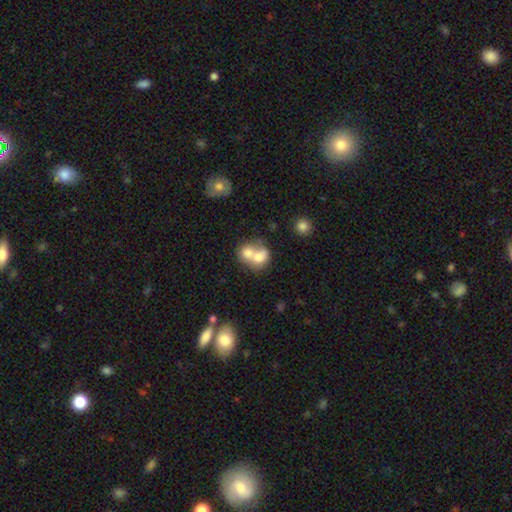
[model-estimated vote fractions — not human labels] Smooth or featured? Predicted: smooth (p=0.69). How rounded? Predicted: round (p=0.55). Merging? Predicted: merger (p=0.75).